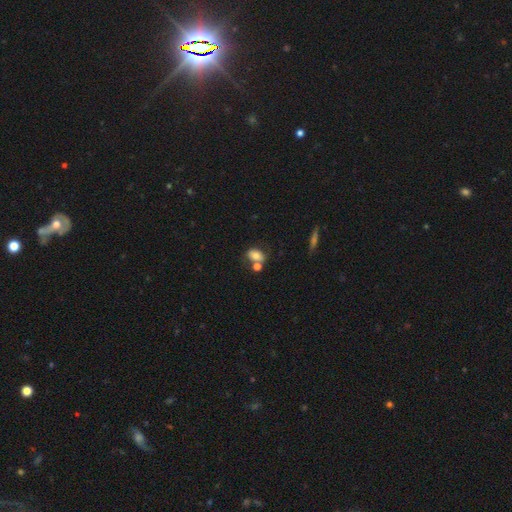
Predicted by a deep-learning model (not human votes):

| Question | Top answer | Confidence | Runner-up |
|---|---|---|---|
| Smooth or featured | smooth | 74% | featured or disk (16%) |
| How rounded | in between | 78% | round (19%) |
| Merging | none | 48% | merger (33%) |